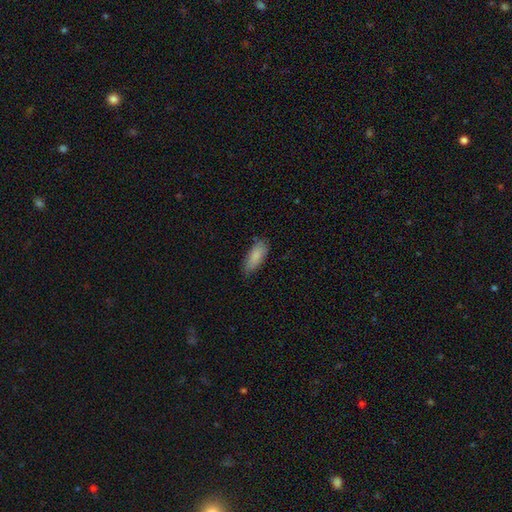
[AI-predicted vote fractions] The model was most divided on "how rounded": in between: 75%, cigar-shaped: 23%, round: 2%. More confident: smooth or featured — smooth (86%); merging — none (75%).